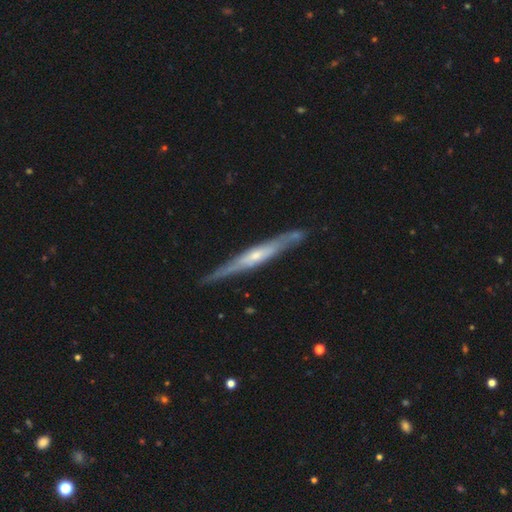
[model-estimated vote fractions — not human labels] Smooth or featured: featured or disk — 73% (smooth — 21%)
Edge-on disk: yes — 94% (no — 6%)
Edge-on bulge: rounded — 56% (none — 32%)
Merging: none — 84% (minor disturbance — 12%)